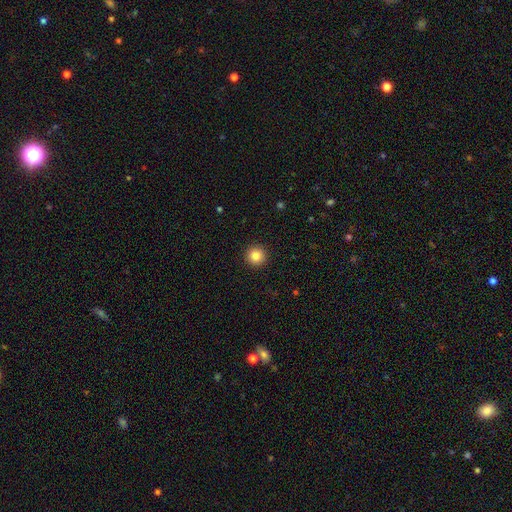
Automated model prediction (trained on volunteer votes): smooth_or_featured: smooth (p=0.84) [alt: star or artifact p=0.10]
how_rounded: round (p=0.96) [alt: in between p=0.03]
merging: none (p=0.93) [alt: minor disturbance p=0.04]